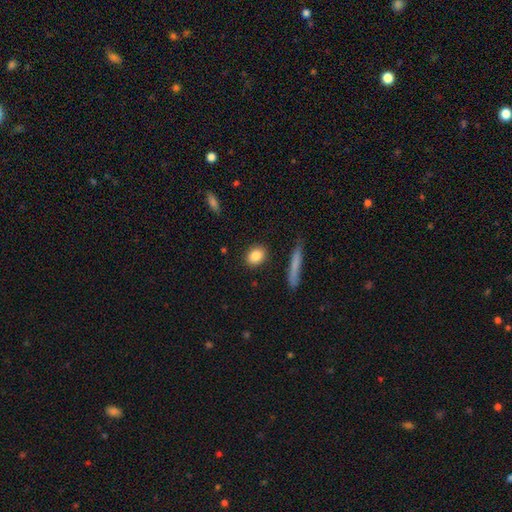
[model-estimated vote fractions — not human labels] The model was most divided on "how rounded": in between: 55%, round: 41%, cigar-shaped: 4%. More confident: merging — none (88%); smooth or featured — smooth (84%).